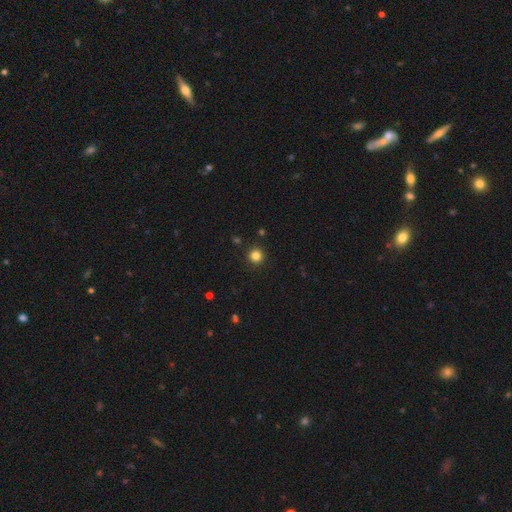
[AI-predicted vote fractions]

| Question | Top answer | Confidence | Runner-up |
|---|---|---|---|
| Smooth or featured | smooth | 83% | star or artifact (13%) |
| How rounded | round | 95% | in between (4%) |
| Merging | none | 92% | minor disturbance (5%) |